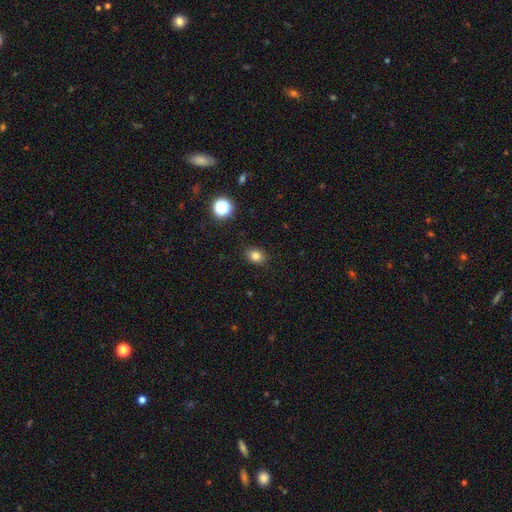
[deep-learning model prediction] Smooth or featured? smooth (80%)
How rounded? in between (65%)
Merging? none (88%)